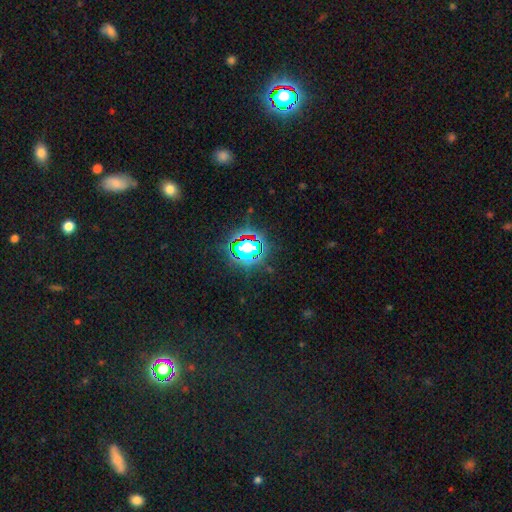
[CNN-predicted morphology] Smooth or featured? star or artifact (79%)